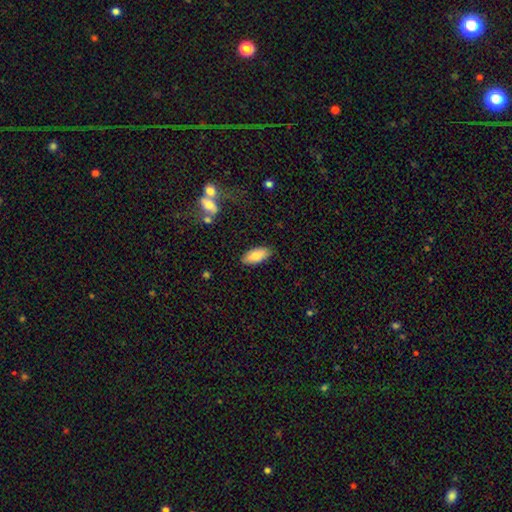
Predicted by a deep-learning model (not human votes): Smooth or featured: smooth — 79% (featured or disk — 14%)
How rounded: in between — 89% (cigar-shaped — 8%)
Merging: none — 84% (minor disturbance — 12%)